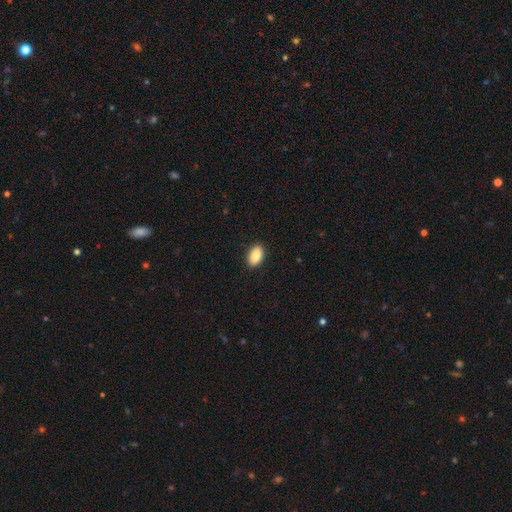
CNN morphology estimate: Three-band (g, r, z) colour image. It shows a smooth galaxy with no disk features (87%) that is in between round and cigar-shaped (92%). Merging: none (90%).